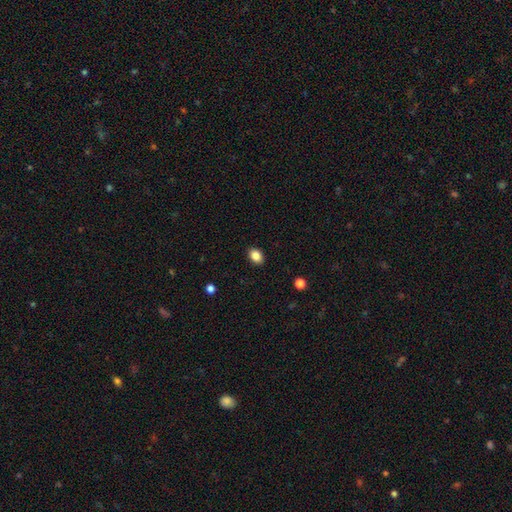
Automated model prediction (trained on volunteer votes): Overall: smooth (86%). How rounded: in between (70%). Merging: none (90%).